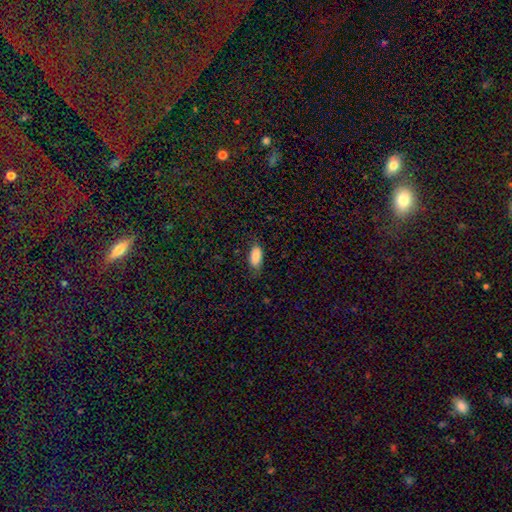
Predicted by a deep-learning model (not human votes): The model was most divided on "merging": none: 67%, minor disturbance: 25%, major disturbance: 7%, merger: 1%. More confident: how rounded — in between (90%); smooth or featured — smooth (86%).